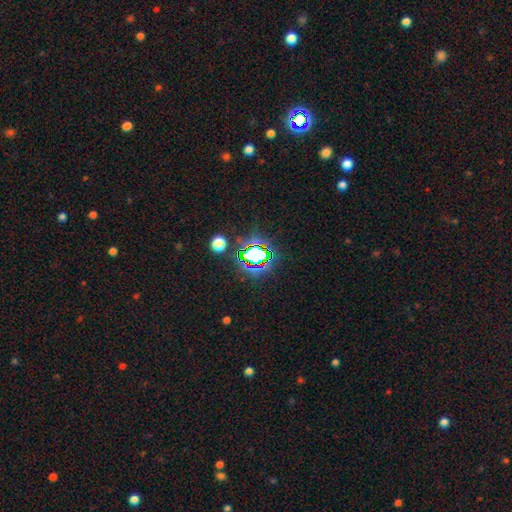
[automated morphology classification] This appears to be a star or artifact, not a galaxy (64%).